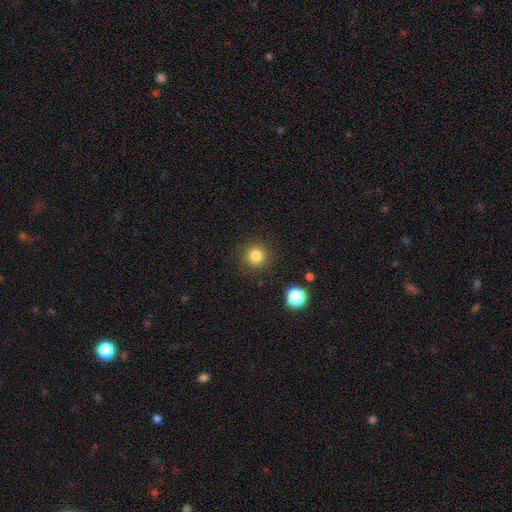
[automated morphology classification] Q: Smooth or featured?
A: smooth (82%); runner-up: star or artifact (13%)
Q: How rounded?
A: round (94%); runner-up: in between (5%)
Q: Merging?
A: none (90%); runner-up: minor disturbance (6%)